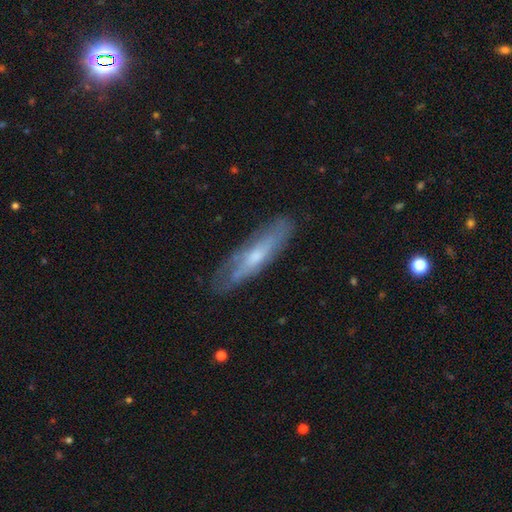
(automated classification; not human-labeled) The model was most divided on "edge-on disk": yes: 55%, no: 45%. More confident: merging — none (74%); smooth or featured — featured or disk (55%).